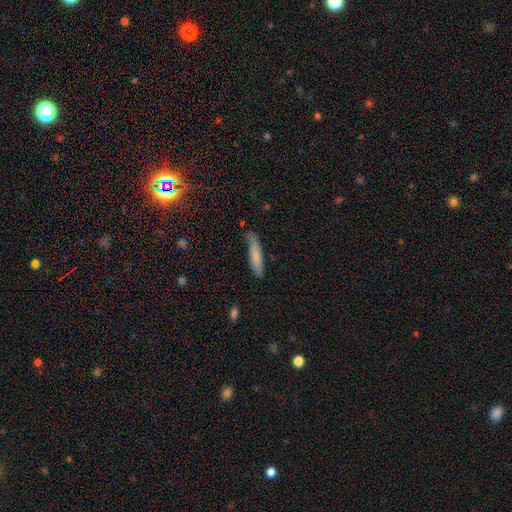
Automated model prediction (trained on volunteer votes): This appears to be a smooth galaxy with no disk features (76%) that is cigar-shaped (84%). Merging: none (63%).